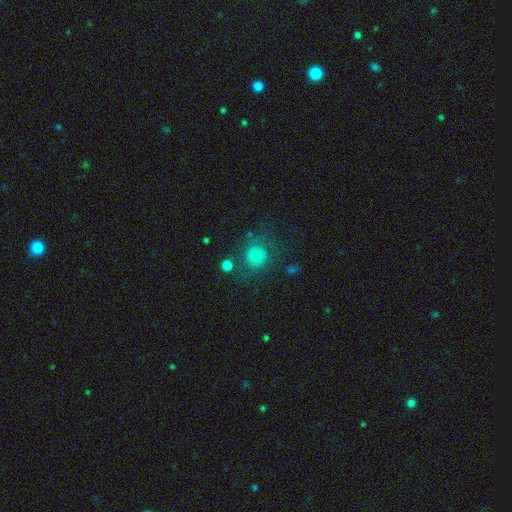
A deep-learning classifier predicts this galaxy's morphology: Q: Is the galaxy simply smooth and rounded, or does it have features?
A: smooth — 69%.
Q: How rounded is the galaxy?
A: round — 87%.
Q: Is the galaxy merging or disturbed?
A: none — 66%.